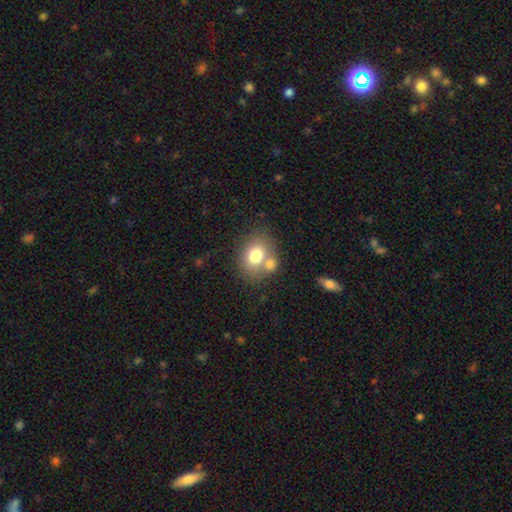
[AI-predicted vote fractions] Overall: smooth (75%). How rounded: in between (55%; round 44%). Merging: none (50%; merger 33%).